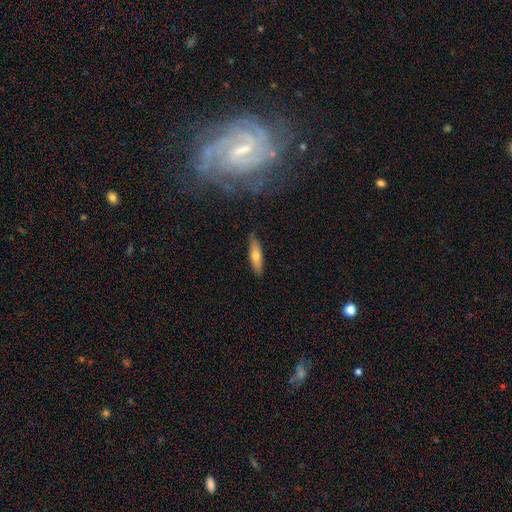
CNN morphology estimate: smooth-or-featured: smooth: 61% | featured or disk: 32% | star or artifact: 7%
  how-rounded: cigar-shaped: 68% | in between: 30% | round: 2%
  merging: none: 87% | minor disturbance: 10% | major disturbance: 2% | merger: 2%